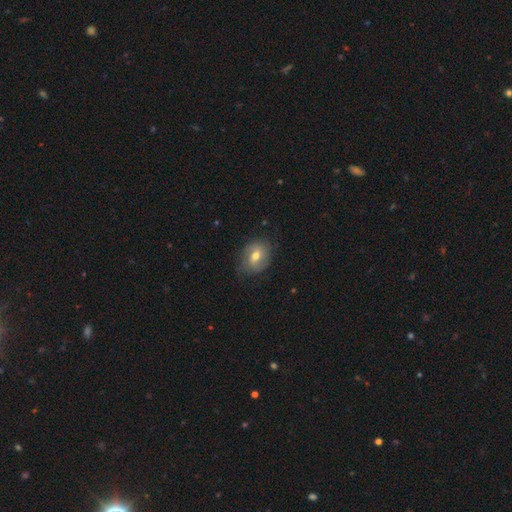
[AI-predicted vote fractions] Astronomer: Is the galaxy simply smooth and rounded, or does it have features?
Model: smooth — 55% (runner-up: featured or disk, 36%).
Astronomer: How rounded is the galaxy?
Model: in between — 56% (runner-up: round, 42%).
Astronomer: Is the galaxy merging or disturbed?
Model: none — 71%.